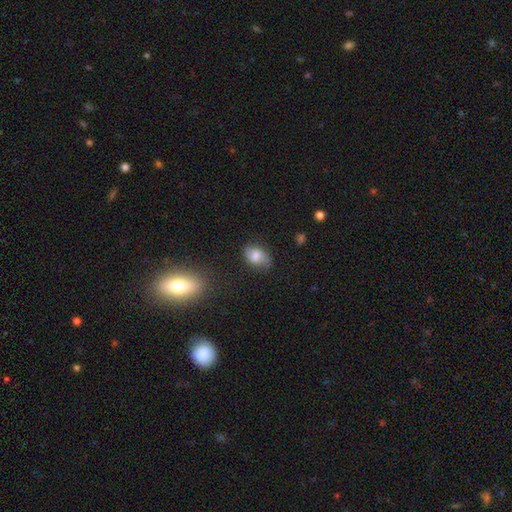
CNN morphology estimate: A smooth galaxy with no disk features (74%) that is in between round and cigar-shaped (87%).

Vote fractions:
- Smooth or featured? smooth: 74% / featured or disk: 17% / star or artifact: 9%
- How rounded? in between: 87% / round: 12% / cigar-shaped: 2%
- Merging? none: 70% / minor disturbance: 22% / major disturbance: 5% / merger: 2%